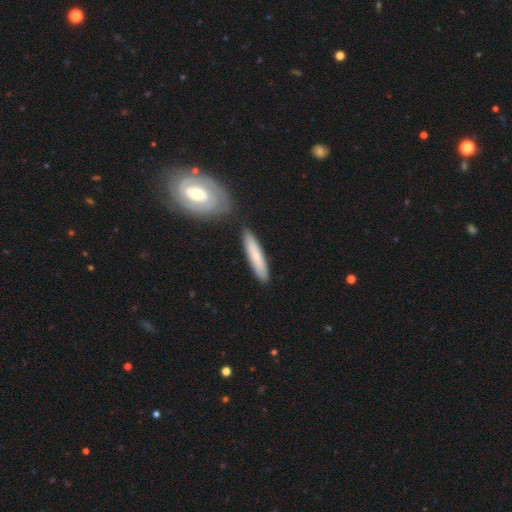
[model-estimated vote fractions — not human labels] Morphology: type=smooth (68%); roundness=cigar-shaped (85%); merging=none (78%).